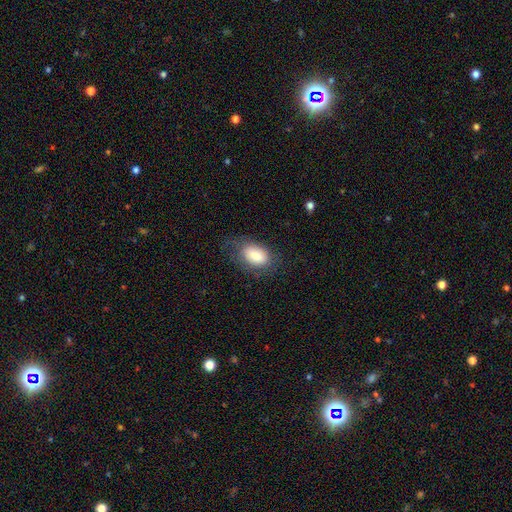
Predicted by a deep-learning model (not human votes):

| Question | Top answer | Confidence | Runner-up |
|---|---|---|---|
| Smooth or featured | smooth | 79% | featured or disk (14%) |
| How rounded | in between | 91% | round (8%) |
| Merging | none | 61% | minor disturbance (23%) |